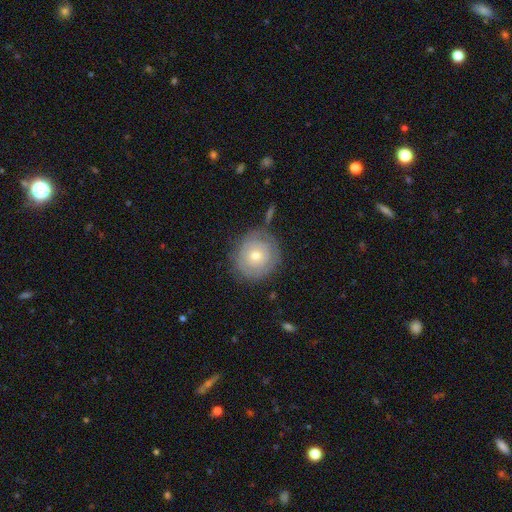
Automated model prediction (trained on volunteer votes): Q: Smooth or featured?
A: smooth (48%); runner-up: featured or disk (44%)
Q: Merging?
A: none (73%); runner-up: minor disturbance (17%)